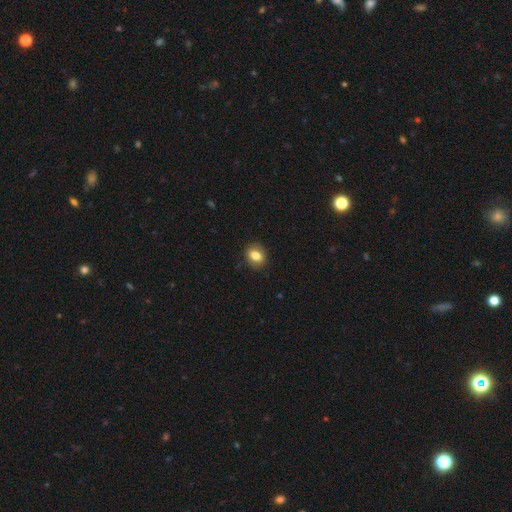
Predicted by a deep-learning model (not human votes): A smooth galaxy with no disk features (81%) that is in between round and cigar-shaped (55%).

Vote fractions:
- Smooth or featured? smooth: 81% / featured or disk: 10% / star or artifact: 9%
- How rounded? in between: 55% / round: 44% / cigar-shaped: 1%
- Merging? none: 87% / minor disturbance: 9% / major disturbance: 2% / merger: 1%